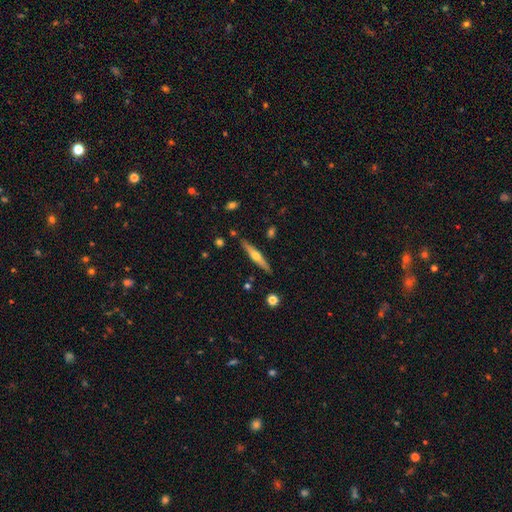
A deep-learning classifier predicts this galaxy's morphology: This appears to be a featured or disk galaxy (63%) viewed edge-on (95%) with a rounded central bulge (91%). Merging: none (87%).